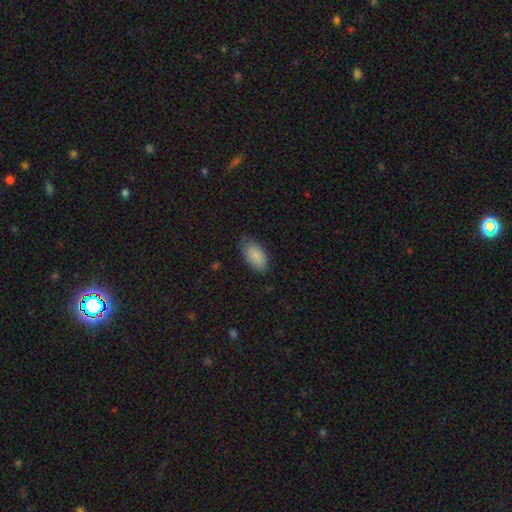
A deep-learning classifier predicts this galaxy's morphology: The model was most divided on "merging": none: 75%, minor disturbance: 20%, major disturbance: 4%, merger: 1%. More confident: how rounded — in between (94%); smooth or featured — smooth (87%).